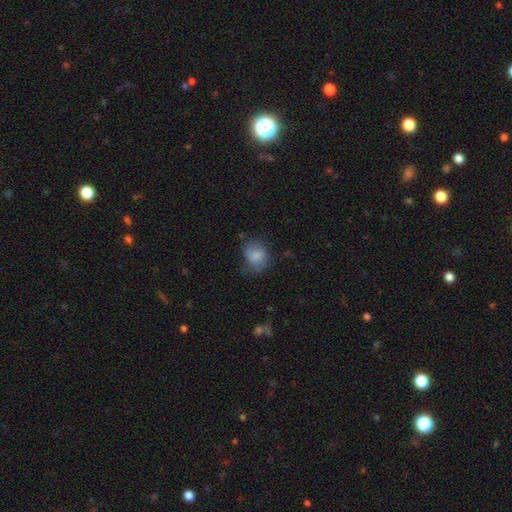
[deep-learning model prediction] Smooth or featured?
  - smooth: 77% *
  - featured or disk: 13%
  - star or artifact: 9%
How rounded?
  - round: 54% *
  - in between: 45%
  - cigar-shaped: 1%
Merging?
  - none: 55% *
  - minor disturbance: 29%
  - major disturbance: 14%
  - merger: 2%